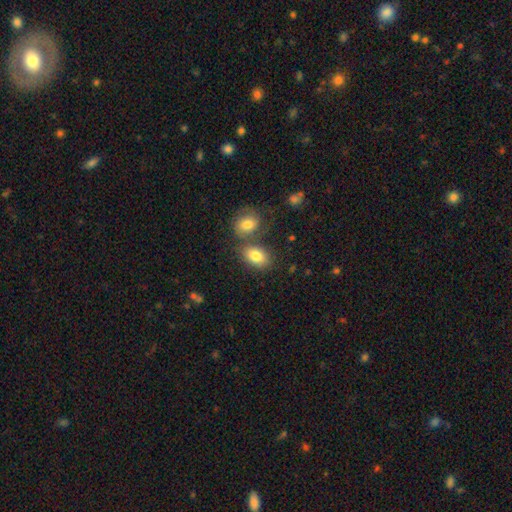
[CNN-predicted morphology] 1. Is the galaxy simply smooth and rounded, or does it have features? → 82% smooth, 11% featured or disk, 8% star or artifact.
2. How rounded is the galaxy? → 86% in between, 12% round, 2% cigar-shaped.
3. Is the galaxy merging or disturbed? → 56% none, 29% merger, 11% minor disturbance, 4% major disturbance.